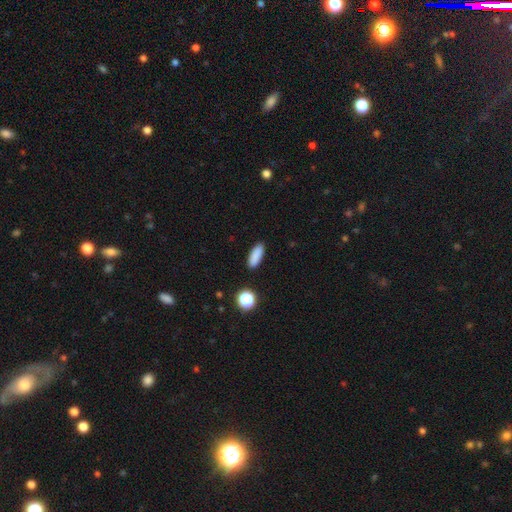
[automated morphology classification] The model was most divided on "how rounded": in between: 65%, cigar-shaped: 32%, round: 3%. More confident: merging — none (90%); smooth or featured — smooth (87%).